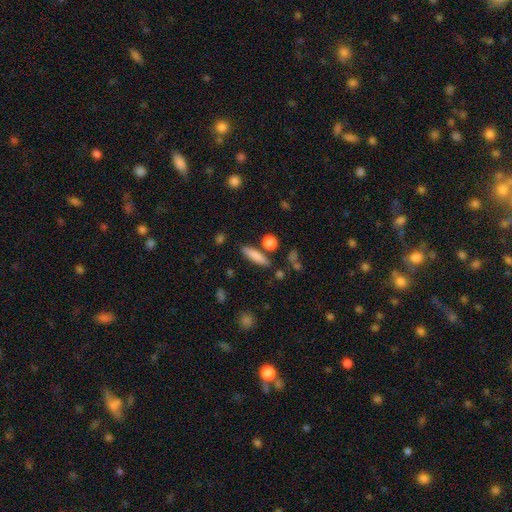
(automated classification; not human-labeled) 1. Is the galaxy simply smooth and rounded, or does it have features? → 80% smooth, 12% featured or disk, 8% star or artifact.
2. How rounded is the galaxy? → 71% cigar-shaped, 25% in between, 4% round.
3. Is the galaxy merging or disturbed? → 81% none, 10% minor disturbance, 6% merger, 3% major disturbance.